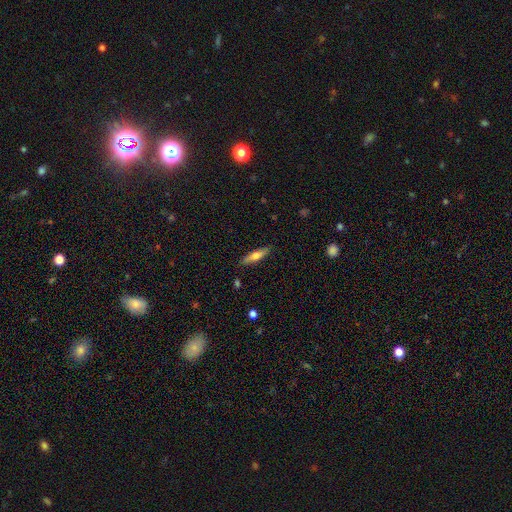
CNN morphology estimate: Overall: smooth (56%; featured or disk 37%). How rounded: cigar-shaped (76%). Merging: none (86%).